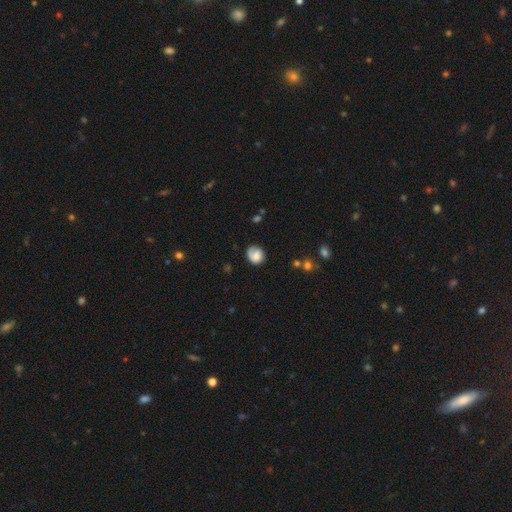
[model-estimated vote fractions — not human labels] This is possibly a smooth galaxy (57%). How rounded: likely round (67%). Merging: possibly none (59%).